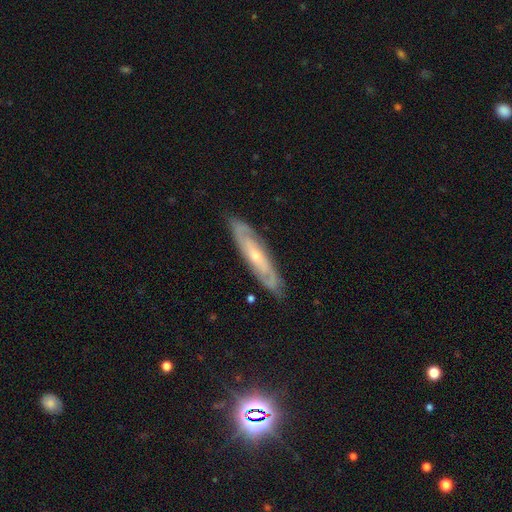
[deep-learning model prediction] Overall: featured or disk (76%). Edge-on disk: no (68%; yes 32%). Bar: no (59%; weak 30%). Spiral arms: yes (90%). Bulge size: small (63%; moderate 33%). Merging: none (83%).